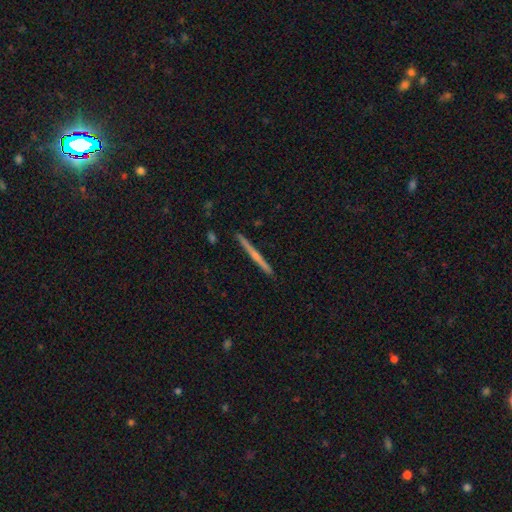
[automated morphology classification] Smooth or featured? featured or disk (60%)
Edge-on disk? yes (98%)
Edge-on bulge? none (52%)
Merging? none (92%)